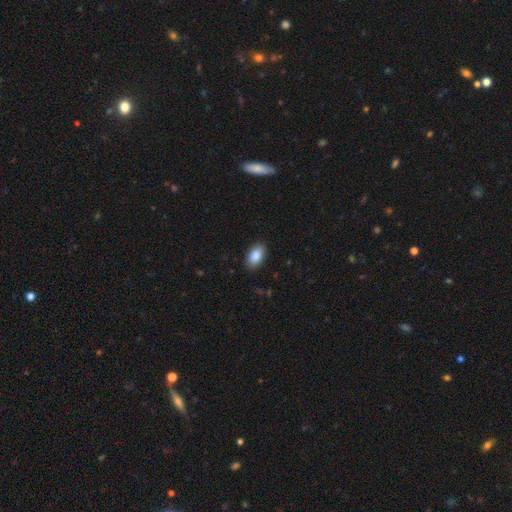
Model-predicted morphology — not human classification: This appears to be a smooth galaxy with no disk features (88%) that is in between round and cigar-shaped (93%). Merging: none (88%).